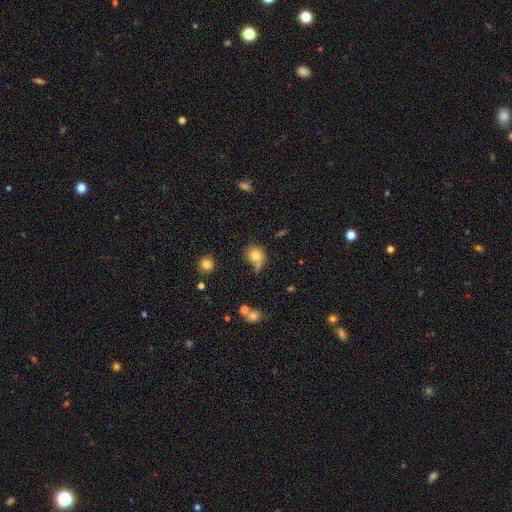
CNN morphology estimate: Smooth or featured? Predicted: smooth (p=0.77). How rounded? Predicted: round (p=0.80). Merging? Predicted: none (p=0.52).